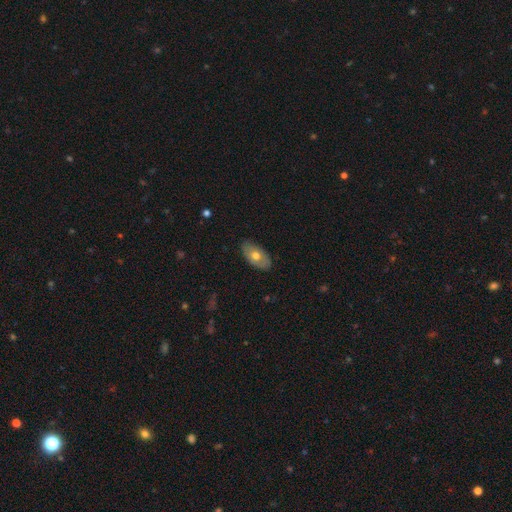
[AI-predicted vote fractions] Overall: smooth (58%; featured or disk 36%). How rounded: in between (92%). Merging: none (82%).